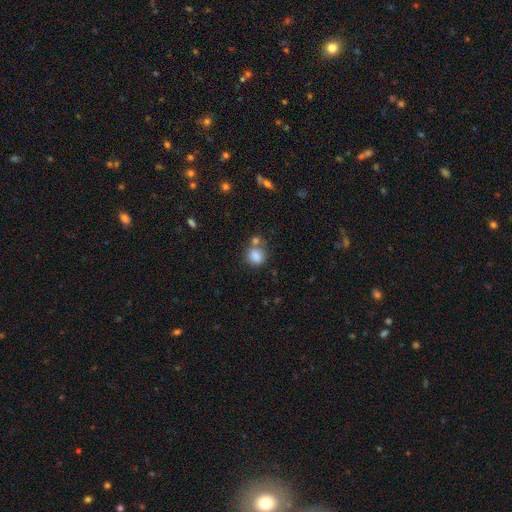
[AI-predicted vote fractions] Smooth or featured?
  - smooth: 84% *
  - star or artifact: 10%
  - featured or disk: 6%
How rounded?
  - round: 74% *
  - in between: 25%
  - cigar-shaped: 1%
Merging?
  - none: 55% *
  - merger: 26%
  - minor disturbance: 14%
  - major disturbance: 5%